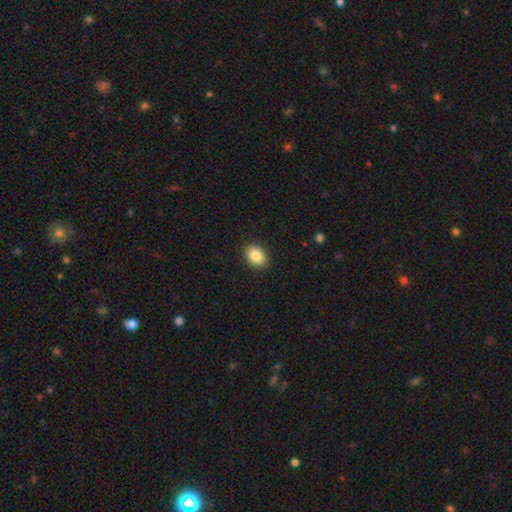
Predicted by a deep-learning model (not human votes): Overall: smooth (85%). How rounded: in between (58%; round 41%). Merging: none (90%).